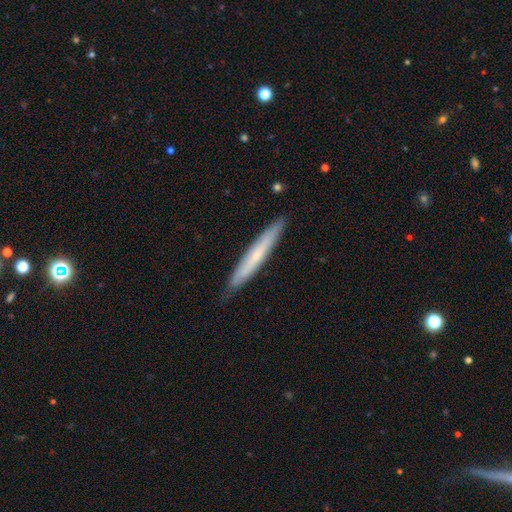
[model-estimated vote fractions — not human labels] This appears to be a smooth galaxy with no disk features (51%) that is cigar-shaped (95%). Merging: none (87%).